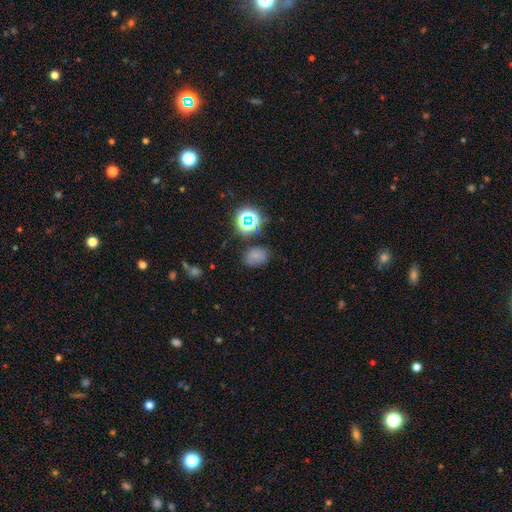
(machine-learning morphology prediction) Smooth or featured?
  - smooth: 70% *
  - star or artifact: 23%
  - featured or disk: 7%
How rounded?
  - in between: 69% *
  - round: 30%
  - cigar-shaped: 1%
Merging?
  - none: 73% *
  - minor disturbance: 17%
  - major disturbance: 5%
  - merger: 5%